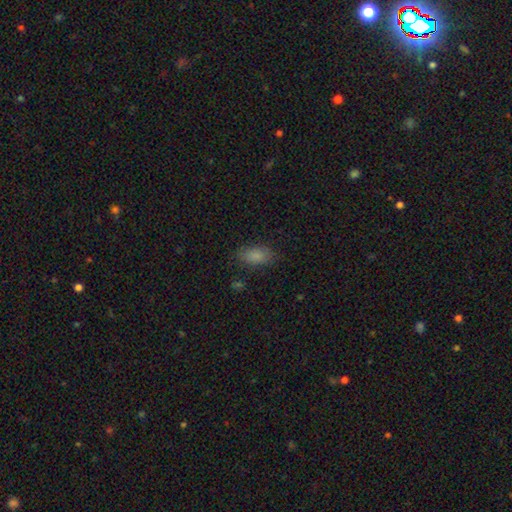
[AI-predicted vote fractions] This is clearly a smooth galaxy (85%). How rounded: clearly in between (91%). Merging: clearly none (81%).